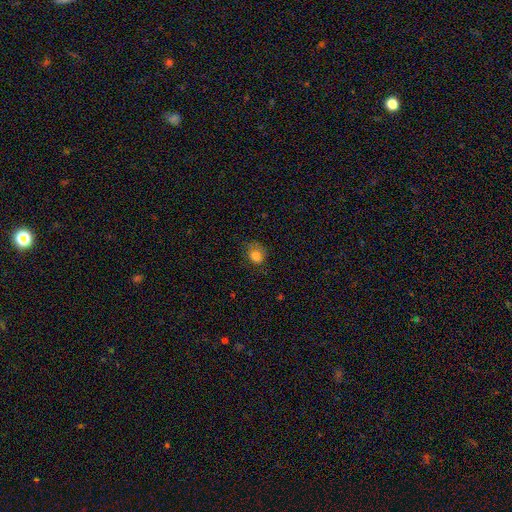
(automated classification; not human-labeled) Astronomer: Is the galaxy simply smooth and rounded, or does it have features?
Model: smooth — 81%.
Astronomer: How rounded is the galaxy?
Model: round — 61% (runner-up: in between, 38%).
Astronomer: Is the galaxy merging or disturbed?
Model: none — 63%.